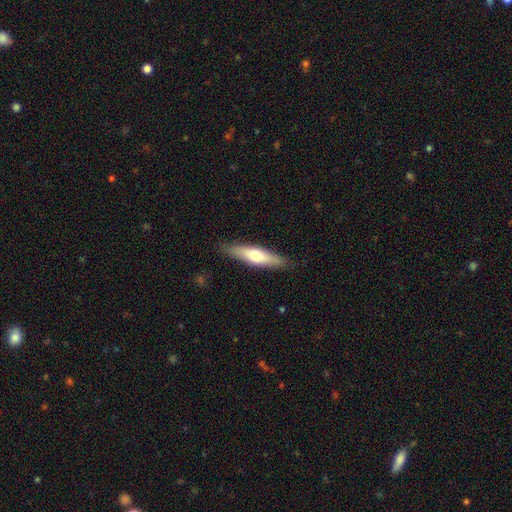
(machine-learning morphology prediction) This appears to be a smooth galaxy with no disk features (56%) that is cigar-shaped (75%). Merging: none (87%).